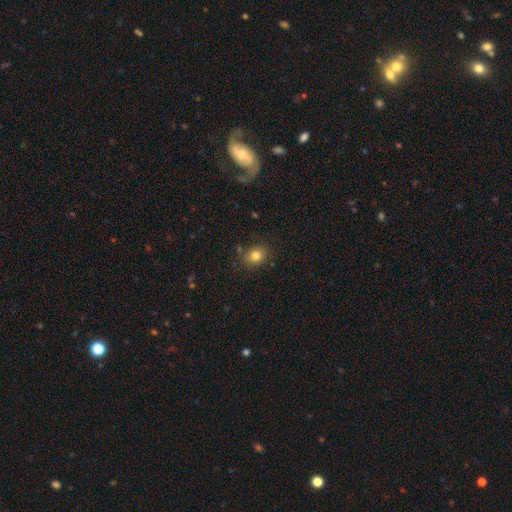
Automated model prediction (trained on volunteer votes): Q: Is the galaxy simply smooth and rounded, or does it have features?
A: smooth — 80%.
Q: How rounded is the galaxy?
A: round — 52%.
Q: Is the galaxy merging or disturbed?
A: none — 82%.